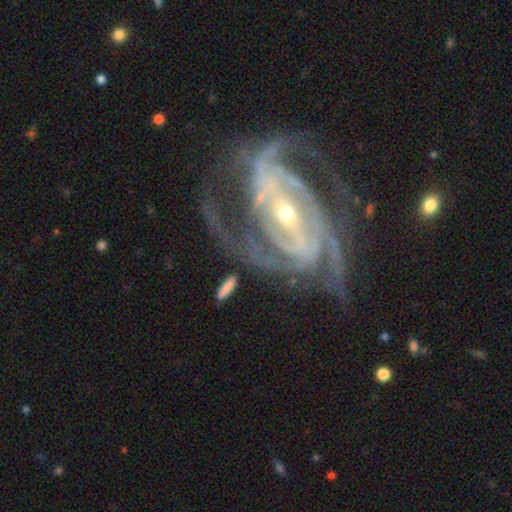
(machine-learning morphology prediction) Smooth or featured? featured or disk (91%)
Edge-on disk? no (97%)
Bar? strong (58%)
Spiral arms? yes (96%)
Spiral winding? tight (45%)
Spiral arm count? 2 (29%)
Bulge size? small (68%)
Merging? none (52%)